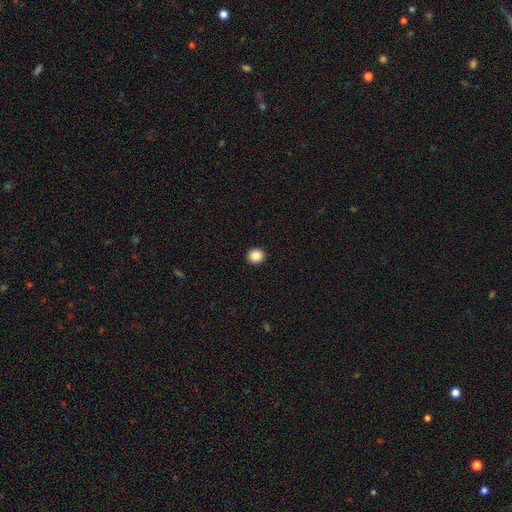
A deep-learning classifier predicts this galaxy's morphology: smooth 87%, star or artifact 10%, featured or disk 4%. Down the decision tree: how rounded — round (86%); merging — none (93%).